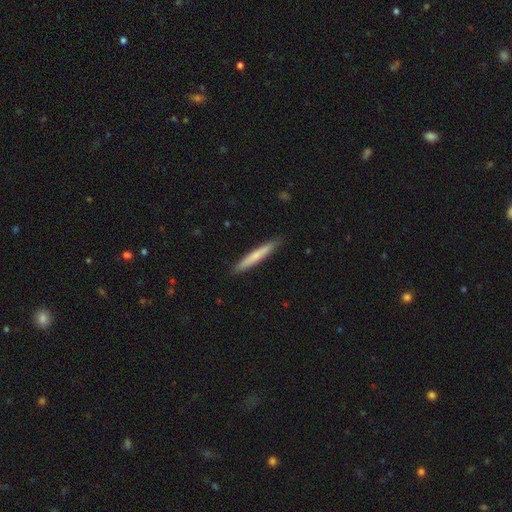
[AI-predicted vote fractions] Smooth or featured?
  - smooth: 67% *
  - featured or disk: 28%
  - star or artifact: 5%
How rounded?
  - cigar-shaped: 95% *
  - in between: 4%
  - round: 1%
Merging?
  - none: 89% *
  - minor disturbance: 8%
  - major disturbance: 1%
  - merger: 1%